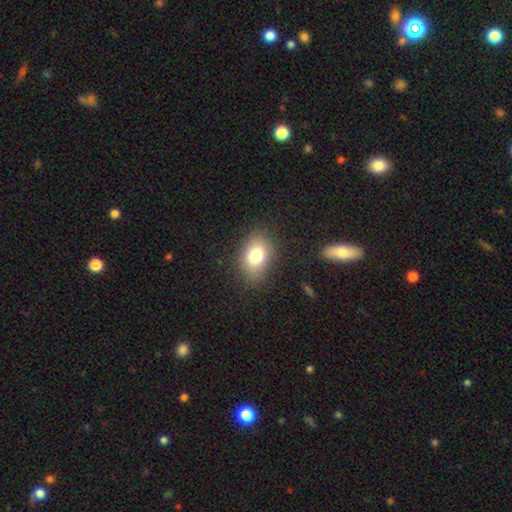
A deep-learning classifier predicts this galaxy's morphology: A smooth galaxy with no disk features (78%) that is in between round and cigar-shaped (77%). Merging: none (83%).